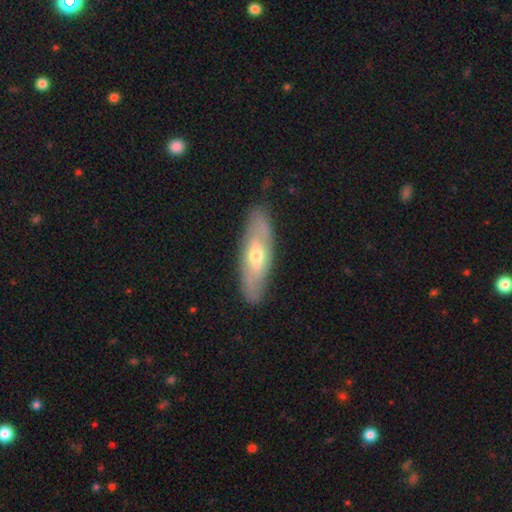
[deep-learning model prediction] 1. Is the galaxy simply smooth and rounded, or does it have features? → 61% featured or disk, 33% smooth, 6% star or artifact.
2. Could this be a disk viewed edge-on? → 65% no, 35% yes.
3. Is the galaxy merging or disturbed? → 86% none, 11% minor disturbance, 2% major disturbance, 1% merger.